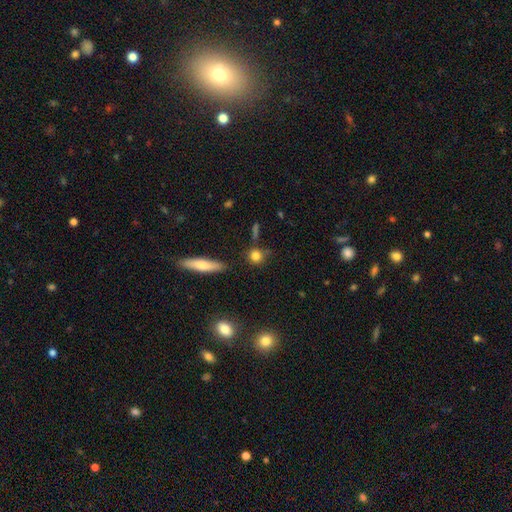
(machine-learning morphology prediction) smooth-or-featured: smooth: 81% | star or artifact: 11% | featured or disk: 9%
  how-rounded: round: 82% | in between: 13% | cigar-shaped: 5%
  merging: none: 76% | minor disturbance: 12% | merger: 8% | major disturbance: 4%